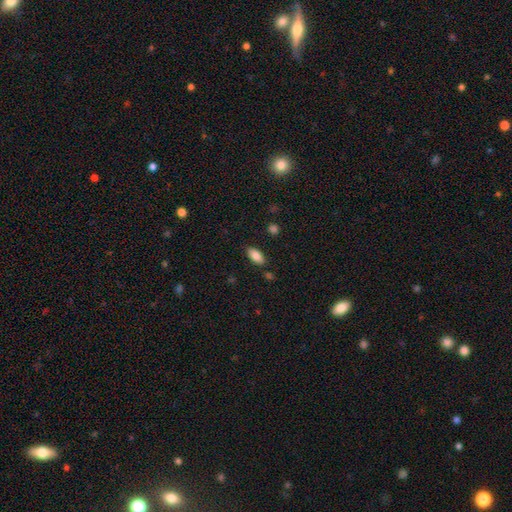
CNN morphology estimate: This appears to be a smooth galaxy with no disk features (86%) that is in between round and cigar-shaped (90%). Merging: none (84%).